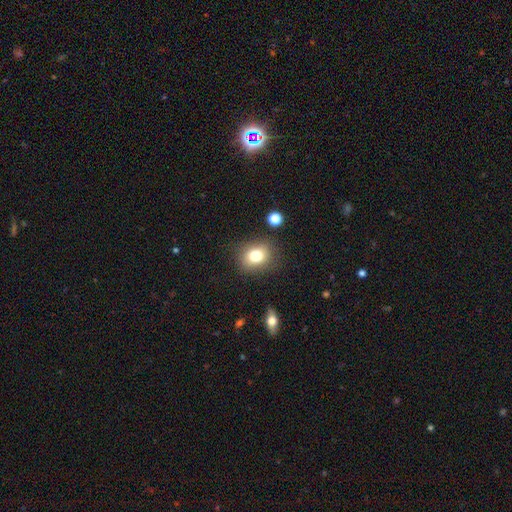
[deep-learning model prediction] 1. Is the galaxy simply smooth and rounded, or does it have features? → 78% smooth, 12% star or artifact, 10% featured or disk.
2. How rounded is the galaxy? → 57% round, 42% in between, 1% cigar-shaped.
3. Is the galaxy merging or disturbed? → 82% none, 12% minor disturbance, 4% major disturbance, 2% merger.